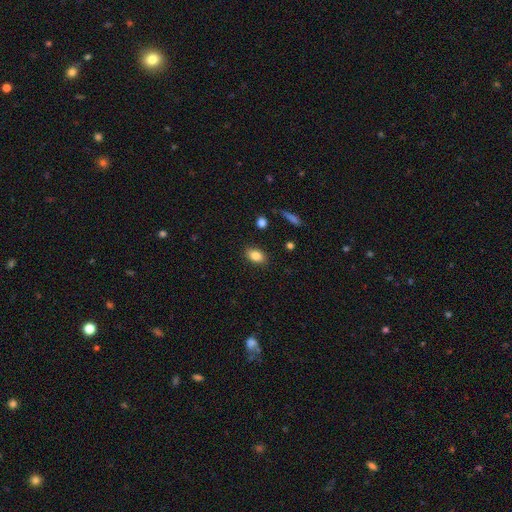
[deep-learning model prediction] This is clearly a smooth galaxy (84%). How rounded: clearly in between (84%). Merging: clearly none (87%).